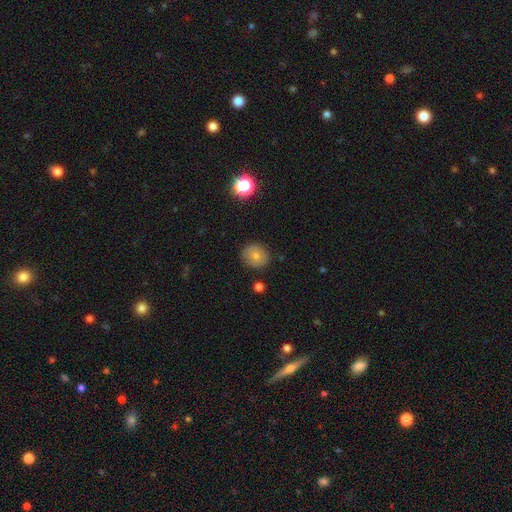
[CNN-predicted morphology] Smooth or featured? smooth (75%)
How rounded? round (85%)
Merging? none (84%)